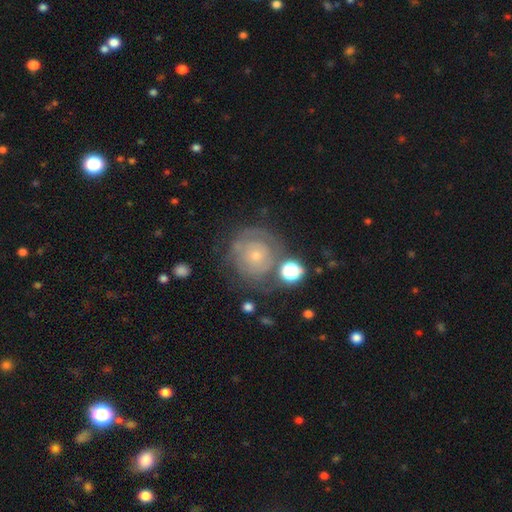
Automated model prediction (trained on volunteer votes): Smooth or featured?
  - featured or disk: 61% *
  - smooth: 29%
  - star or artifact: 9%
Edge-on disk?
  - no: 97% *
  - yes: 3%
Bar?
  - no: 84% *
  - weak: 13%
  - strong: 3%
Spiral arms?
  - yes: 72% *
  - no: 28%
Bulge size?
  - small: 69% *
  - moderate: 25%
  - none: 3%
  - large: 2%
  - dominant: 1%
Merging?
  - none: 63% *
  - minor disturbance: 19%
  - major disturbance: 12%
  - merger: 6%